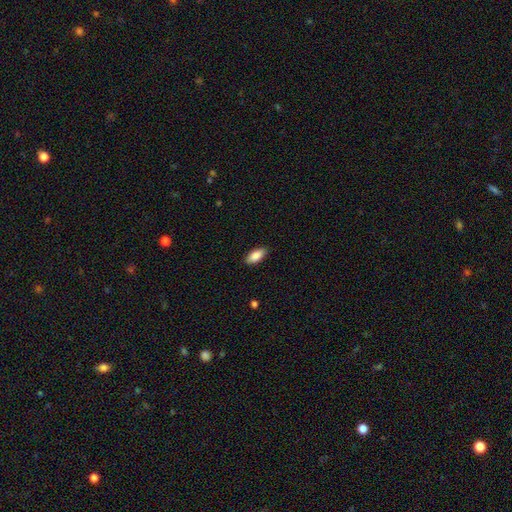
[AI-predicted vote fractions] A smooth galaxy with no disk features (87%) that is in between round and cigar-shaped (88%).

Vote fractions:
- Smooth or featured? smooth: 87% / featured or disk: 6% / star or artifact: 6%
- How rounded? in between: 88% / cigar-shaped: 10% / round: 2%
- Merging? none: 87% / minor disturbance: 10% / major disturbance: 2% / merger: 1%